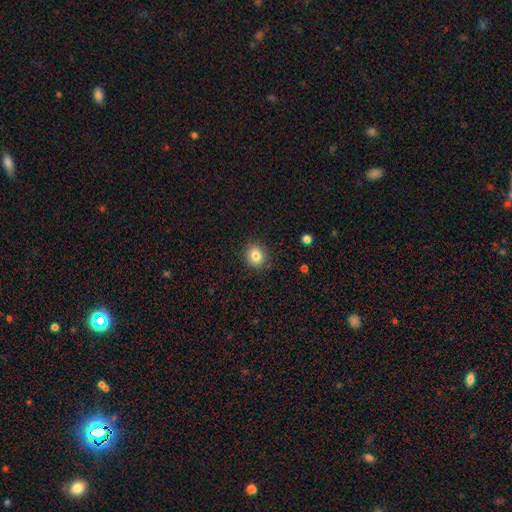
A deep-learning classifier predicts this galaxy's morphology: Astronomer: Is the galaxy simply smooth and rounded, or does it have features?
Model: smooth — 82%.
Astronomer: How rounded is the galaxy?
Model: round — 74%.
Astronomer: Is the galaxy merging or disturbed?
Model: none — 89%.